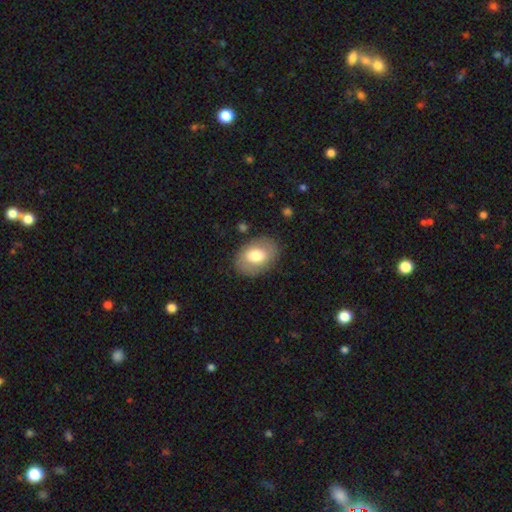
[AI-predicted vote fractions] Q: Smooth or featured?
A: smooth (72%); runner-up: featured or disk (21%)
Q: How rounded?
A: in between (79%); runner-up: round (20%)
Q: Merging?
A: none (83%); runner-up: minor disturbance (12%)